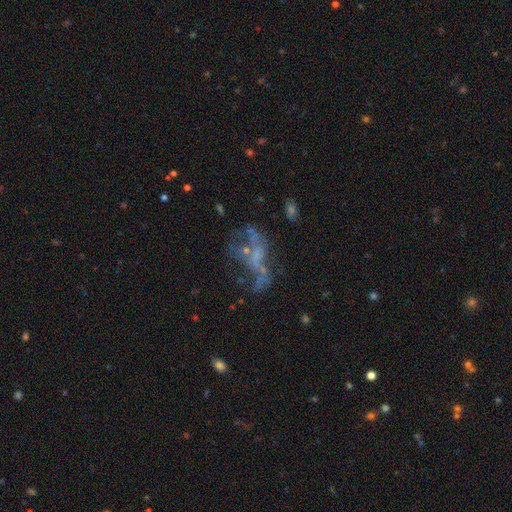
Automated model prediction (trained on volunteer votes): Q: Smooth or featured?
A: featured or disk (57%); runner-up: star or artifact (26%)
Q: Edge-on disk?
A: no (95%); runner-up: yes (5%)
Q: Bar?
A: no (86%); runner-up: weak (11%)
Q: Spiral arms?
A: no (88%); runner-up: yes (12%)
Q: Bulge size?
A: none (69%); runner-up: small (20%)
Q: Merging?
A: major disturbance (37%); runner-up: none (34%)